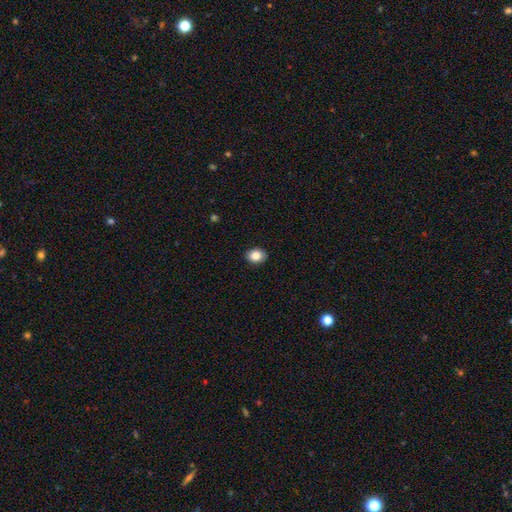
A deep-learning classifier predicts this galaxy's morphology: A smooth galaxy with no disk features (86%) that is in between round and cigar-shaped (57%).

Vote fractions:
- Smooth or featured? smooth: 86% / star or artifact: 8% / featured or disk: 6%
- How rounded? in between: 57% / round: 42% / cigar-shaped: 1%
- Merging? none: 90% / minor disturbance: 7% / major disturbance: 2% / merger: 1%